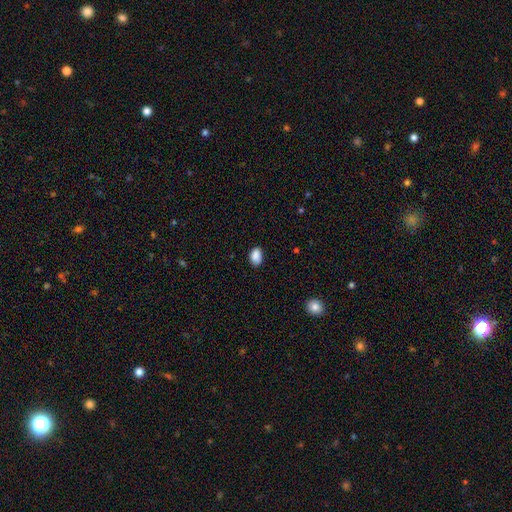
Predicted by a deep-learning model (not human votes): A smooth galaxy with no disk features (89%) that is in between round and cigar-shaped (85%). Merging: none (84%).